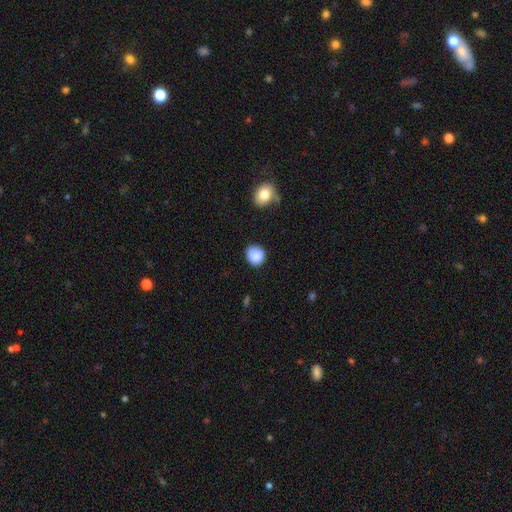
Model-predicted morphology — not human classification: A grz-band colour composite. It shows a smooth galaxy with no disk features (87%) that is round (83%). Merging: none (76%).